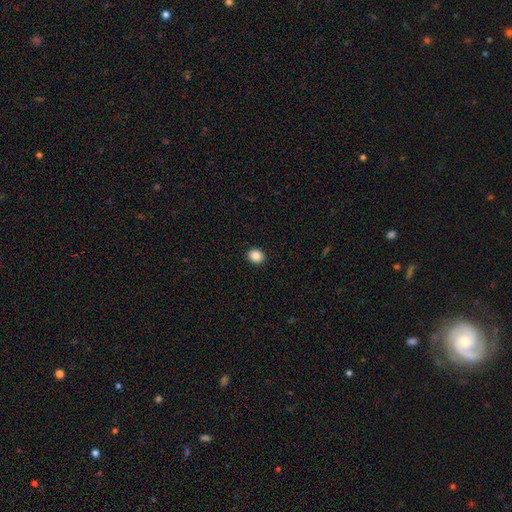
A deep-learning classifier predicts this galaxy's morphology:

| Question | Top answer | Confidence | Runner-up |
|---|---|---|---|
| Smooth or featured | smooth | 86% | star or artifact (9%) |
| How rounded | round | 63% | in between (36%) |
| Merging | none | 92% | minor disturbance (5%) |